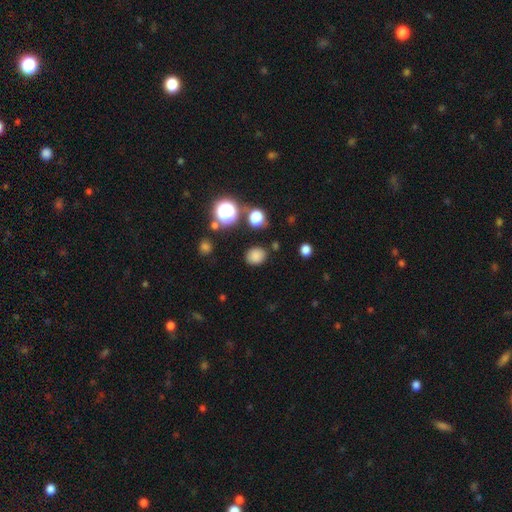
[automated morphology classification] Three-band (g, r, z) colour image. It shows a smooth galaxy with no disk features (80%) that is round (61%). Merging: none (83%).